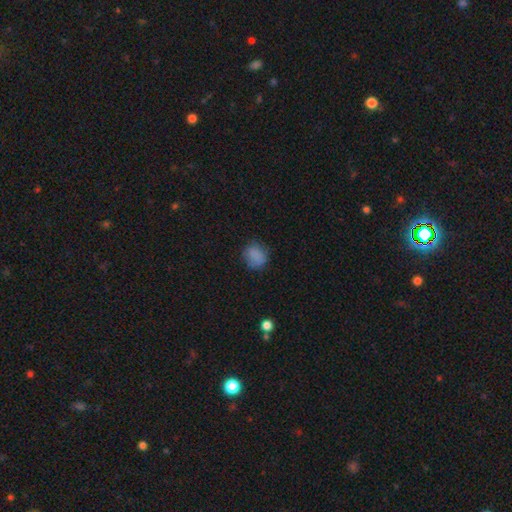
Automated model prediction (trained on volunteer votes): A smooth galaxy with no disk features (82%) that is round (66%). Merging: none (72%).